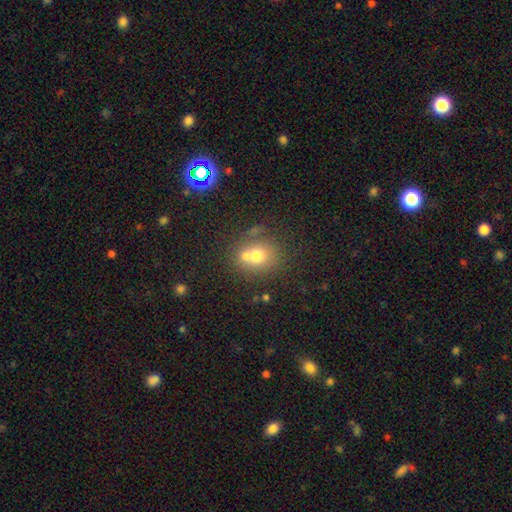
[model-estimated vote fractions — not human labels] A smooth galaxy with no disk features (66%) that is round (73%). Merging: none (46%).